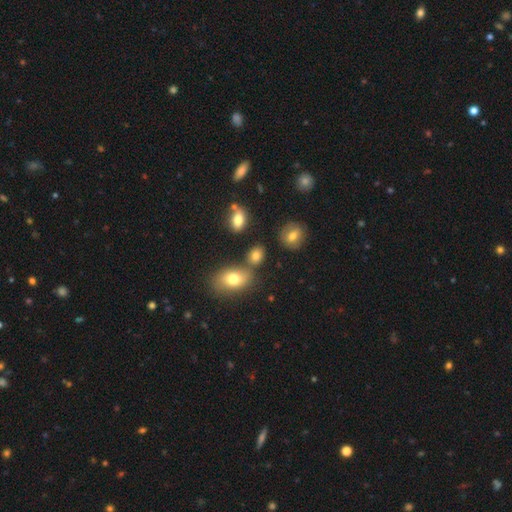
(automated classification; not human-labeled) smooth 76%, star or artifact 13%, featured or disk 10%. Down the decision tree: how rounded — in between (66%); merging — none (68%).